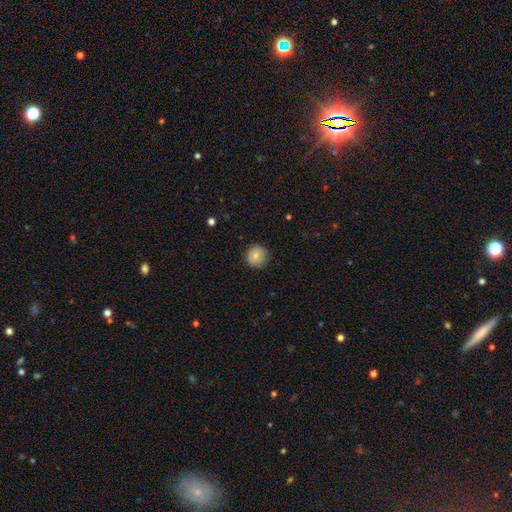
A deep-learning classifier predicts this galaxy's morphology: type=smooth (80%); roundness=round (93%); merging=none (85%).